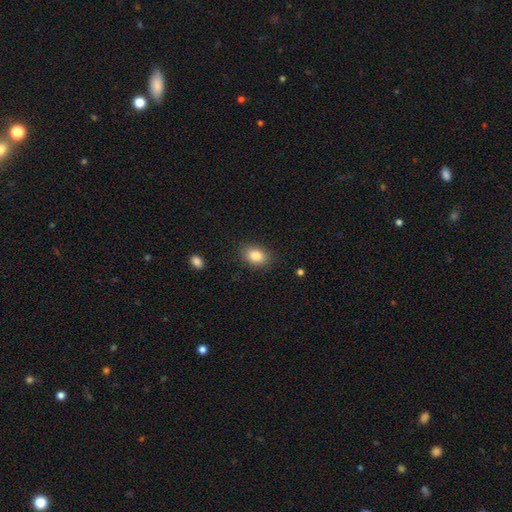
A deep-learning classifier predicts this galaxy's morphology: A smooth galaxy with no disk features (84%) that is in between round and cigar-shaped (79%).

Vote fractions:
- Smooth or featured? smooth: 84% / star or artifact: 9% / featured or disk: 7%
- How rounded? in between: 79% / round: 20% / cigar-shaped: 1%
- Merging? none: 86% / minor disturbance: 10% / major disturbance: 3% / merger: 1%